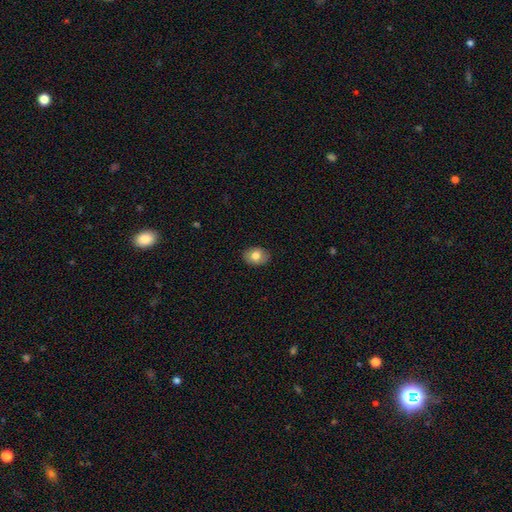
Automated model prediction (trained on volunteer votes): Smooth or featured: smooth — 79% (featured or disk — 14%)
How rounded: in between — 73% (round — 26%)
Merging: none — 88% (minor disturbance — 9%)